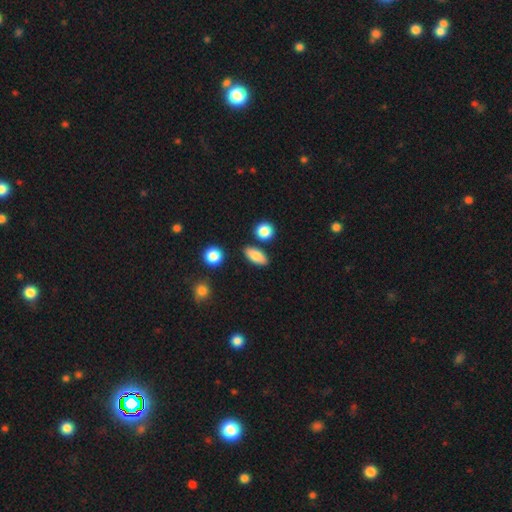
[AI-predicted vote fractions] smooth-or-featured: smooth: 83% | featured or disk: 9% | star or artifact: 8%
  how-rounded: in between: 75% | cigar-shaped: 16% | round: 9%
  merging: none: 85% | minor disturbance: 9% | merger: 4% | major disturbance: 2%